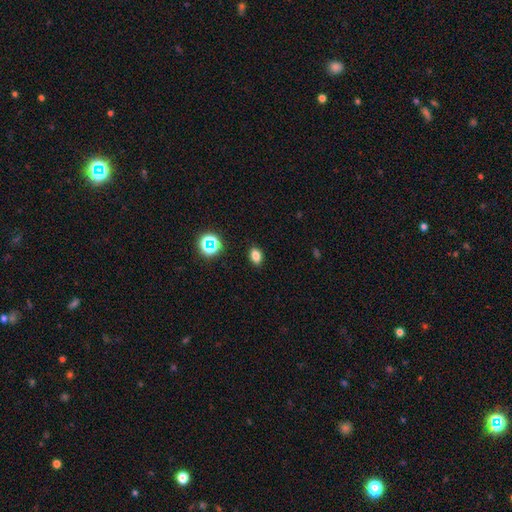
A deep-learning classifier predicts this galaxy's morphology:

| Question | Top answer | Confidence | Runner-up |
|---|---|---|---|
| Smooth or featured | smooth | 78% | star or artifact (16%) |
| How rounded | in between | 77% | round (21%) |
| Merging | none | 88% | minor disturbance (8%) |